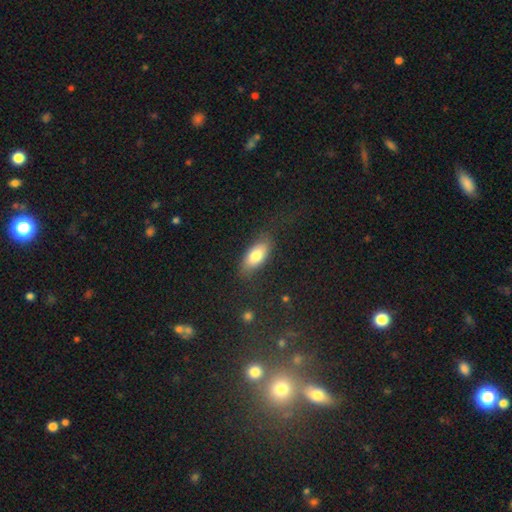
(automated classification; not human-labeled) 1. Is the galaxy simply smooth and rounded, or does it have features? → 77% smooth, 16% featured or disk, 7% star or artifact.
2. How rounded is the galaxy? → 85% in between, 12% cigar-shaped, 3% round.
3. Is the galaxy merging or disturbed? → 79% none, 14% minor disturbance, 5% major disturbance, 2% merger.